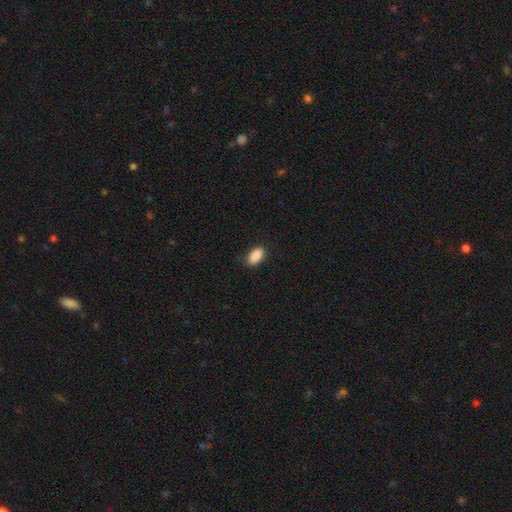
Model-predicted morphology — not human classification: A smooth galaxy with no disk features (89%) that is in between round and cigar-shaped (91%). Merging: none (84%).